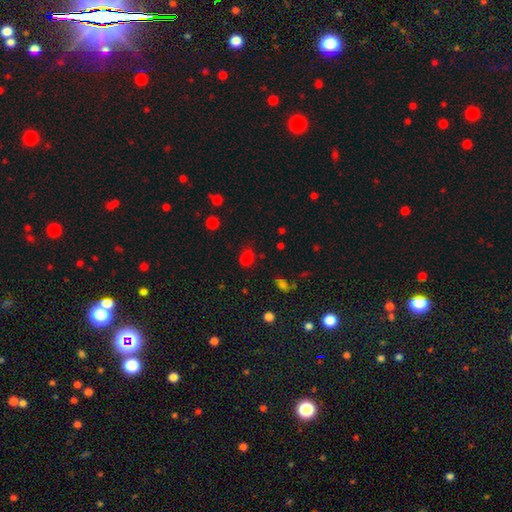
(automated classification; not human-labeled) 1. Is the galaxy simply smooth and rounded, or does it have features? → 48% smooth, 43% star or artifact, 9% featured or disk.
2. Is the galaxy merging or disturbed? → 68% none, 17% minor disturbance, 9% major disturbance, 6% merger.